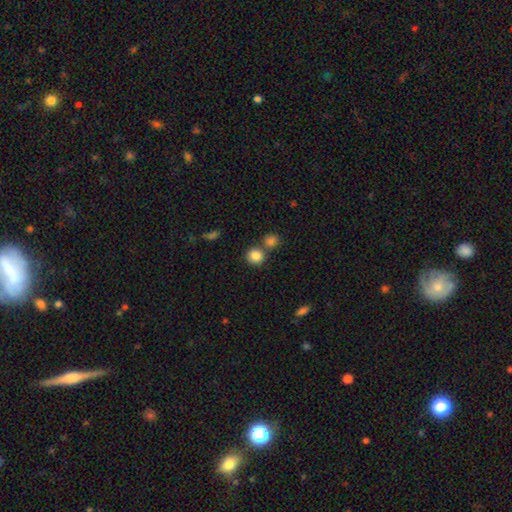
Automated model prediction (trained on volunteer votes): smooth_or_featured: smooth (p=0.85) [alt: star or artifact p=0.10]
how_rounded: round (p=0.87) [alt: in between p=0.12]
merging: none (p=0.65) [alt: merger p=0.25]